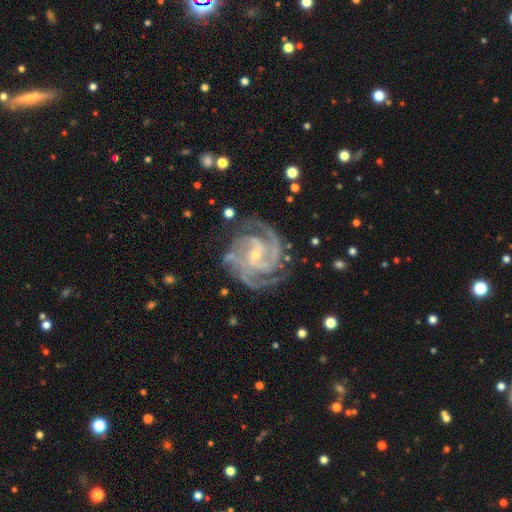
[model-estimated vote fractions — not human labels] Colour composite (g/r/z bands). It shows a featured or disk galaxy (94%) with no bar (41%), 3 (40%) tight (63%) spiral arms (99%) and a small central bulge (74%). Merging: none (77%).